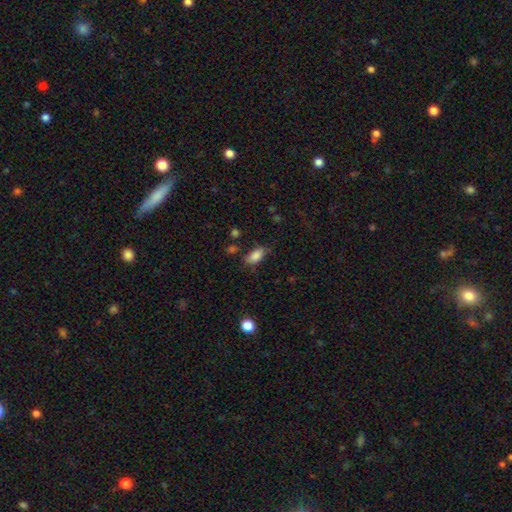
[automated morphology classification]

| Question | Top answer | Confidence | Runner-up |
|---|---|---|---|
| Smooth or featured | smooth | 83% | star or artifact (9%) |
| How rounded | in between | 89% | cigar-shaped (6%) |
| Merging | none | 68% | minor disturbance (22%) |